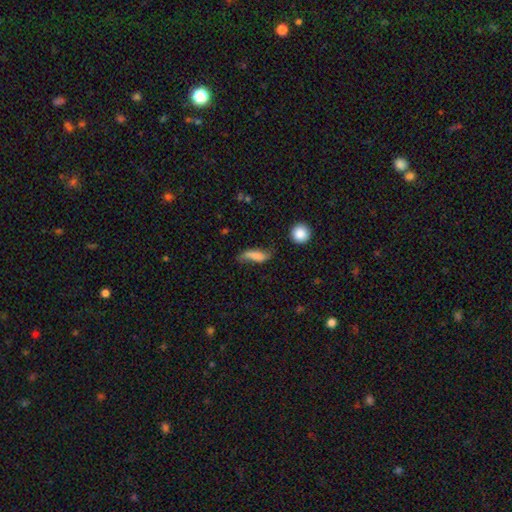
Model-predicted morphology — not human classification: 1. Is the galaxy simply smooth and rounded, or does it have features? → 65% smooth, 25% featured or disk, 9% star or artifact.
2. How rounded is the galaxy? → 55% in between, 40% cigar-shaped, 5% round.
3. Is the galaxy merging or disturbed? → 47% none, 31% minor disturbance, 16% major disturbance, 6% merger.